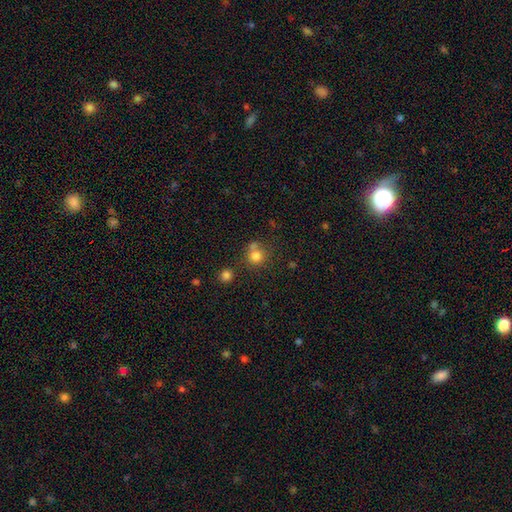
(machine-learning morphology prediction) The model was most divided on "merging": none: 58%, merger: 25%, minor disturbance: 11%, major disturbance: 5%. More confident: how rounded — round (88%); smooth or featured — smooth (79%).